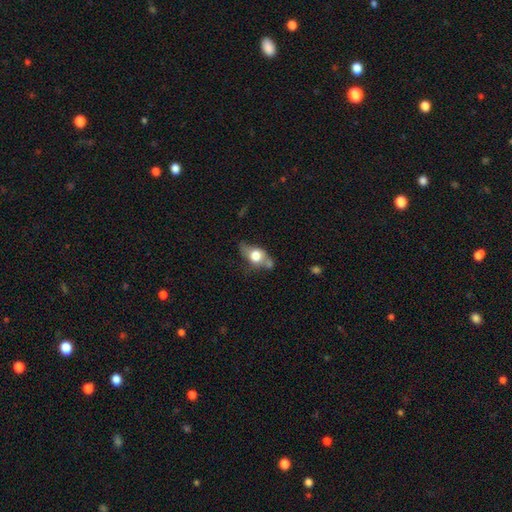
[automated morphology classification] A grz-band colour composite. It shows a smooth galaxy with no disk features (59%) that is in between round and cigar-shaped (69%). Merging: none (46%).